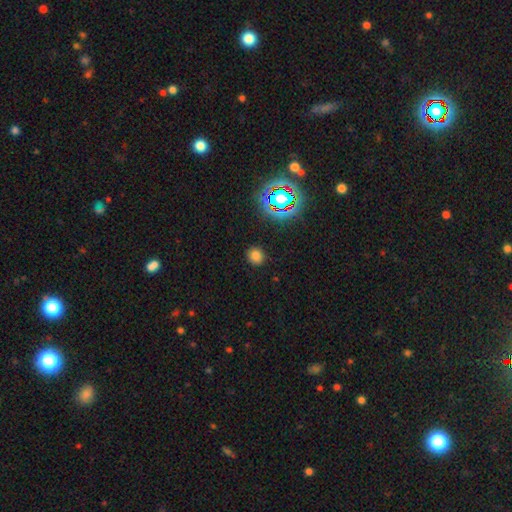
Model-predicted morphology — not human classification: type=smooth (76%); roundness=round (83%); merging=none (89%).